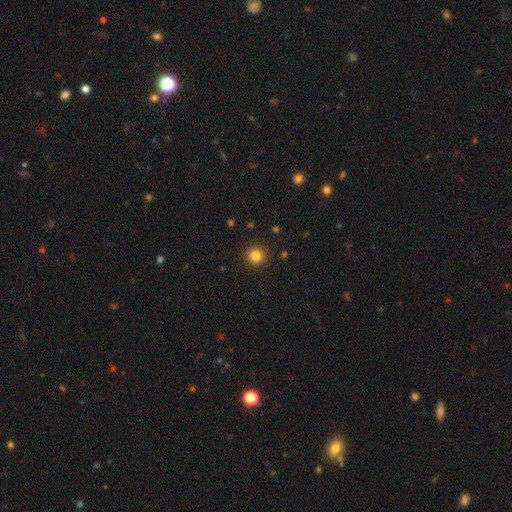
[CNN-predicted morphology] smooth 82%, star or artifact 13%, featured or disk 5%. Down the decision tree: how rounded — round (94%); merging — none (92%).